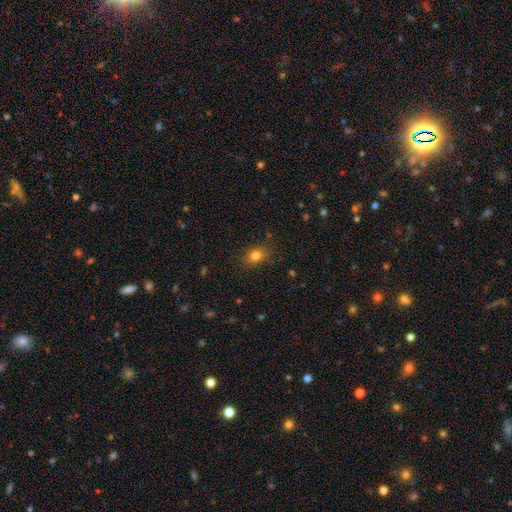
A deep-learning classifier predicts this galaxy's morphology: smooth 80%, star or artifact 12%, featured or disk 8%. Down the decision tree: how rounded — in between (64%); merging — none (84%).